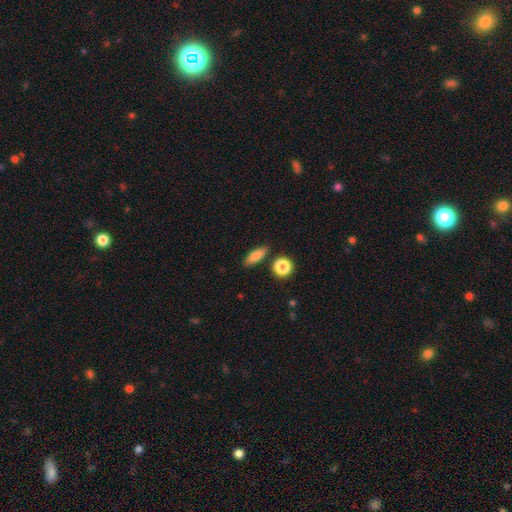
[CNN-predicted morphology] The model was most divided on "how rounded": in between: 62%, cigar-shaped: 29%, round: 9%. More confident: merging — none (83%); smooth or featured — smooth (77%).